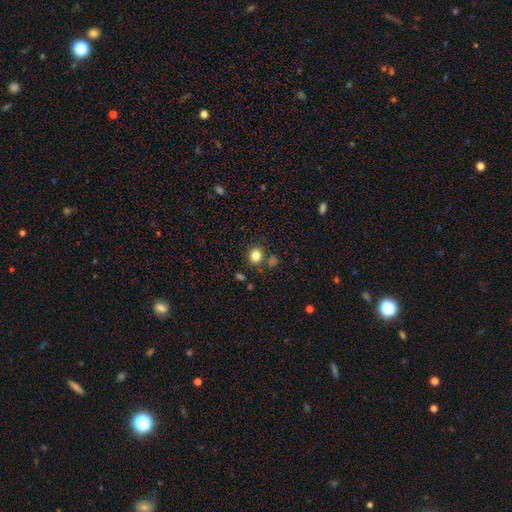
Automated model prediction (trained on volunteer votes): smooth_or_featured: smooth (p=0.82) [alt: star or artifact p=0.12]
how_rounded: round (p=0.80) [alt: in between p=0.19]
merging: none (p=0.82) [alt: minor disturbance p=0.09]